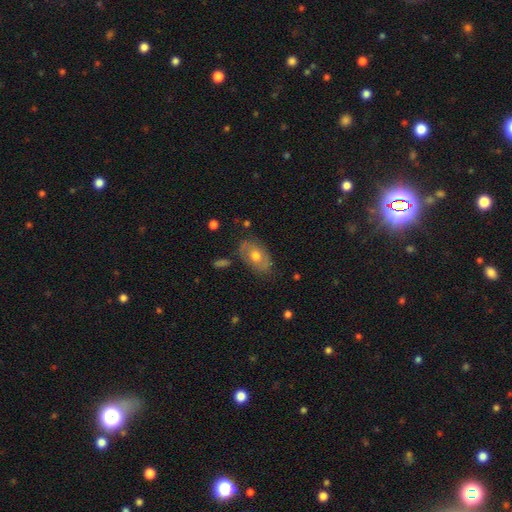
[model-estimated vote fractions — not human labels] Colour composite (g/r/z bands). It shows a smooth galaxy with no disk features (48%). Merging: none (74%).